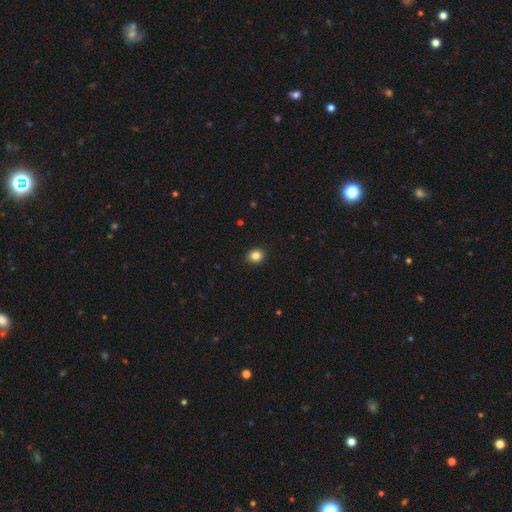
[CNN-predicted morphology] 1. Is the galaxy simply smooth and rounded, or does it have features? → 85% smooth, 11% star or artifact, 4% featured or disk.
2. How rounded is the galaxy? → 75% round, 25% in between, 1% cigar-shaped.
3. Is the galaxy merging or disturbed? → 92% none, 6% minor disturbance, 2% major disturbance, 1% merger.